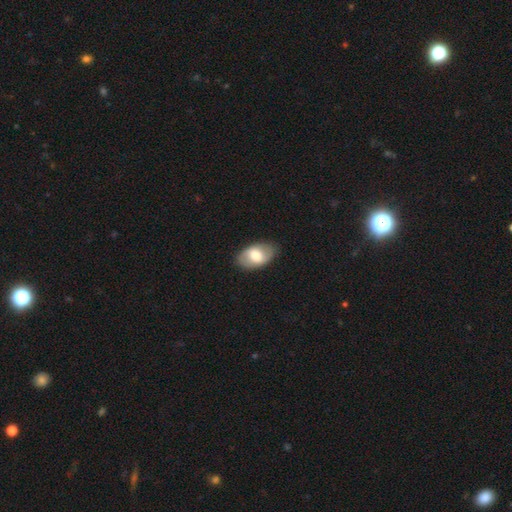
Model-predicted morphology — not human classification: type=smooth (57%); roundness=in between (91%); merging=none (84%).